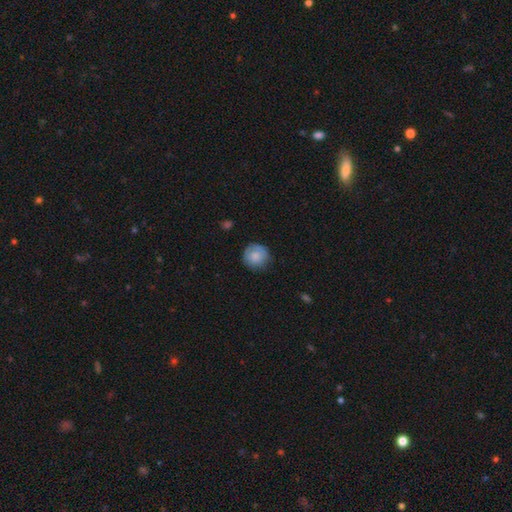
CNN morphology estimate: Q: Smooth or featured?
A: smooth (78%); runner-up: featured or disk (15%)
Q: How rounded?
A: round (93%); runner-up: in between (6%)
Q: Merging?
A: none (77%); runner-up: minor disturbance (18%)